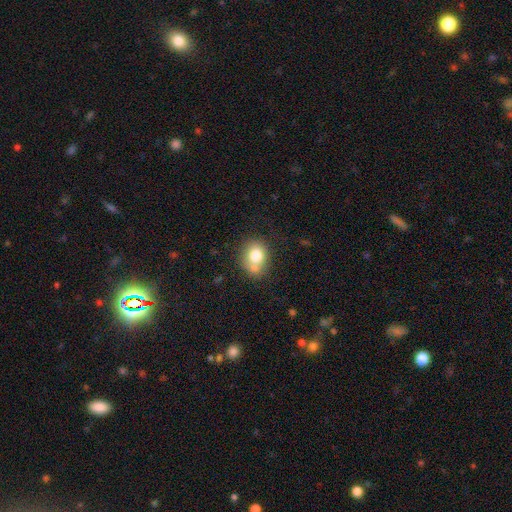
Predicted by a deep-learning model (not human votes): A smooth galaxy with no disk features (76%) that is round (59%).

Vote fractions:
- Smooth or featured? smooth: 76% / featured or disk: 14% / star or artifact: 10%
- How rounded? round: 59% / in between: 40% / cigar-shaped: 1%
- Merging? none: 50% / merger: 23% / minor disturbance: 19% / major disturbance: 7%